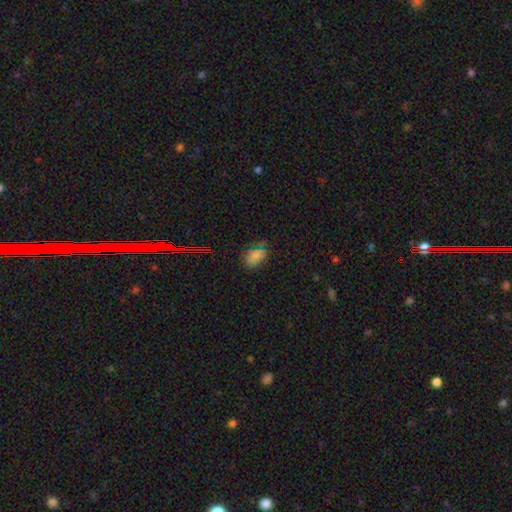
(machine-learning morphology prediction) This is likely a smooth galaxy (70%). How rounded: clearly in between (81%). Merging: likely none (68%).